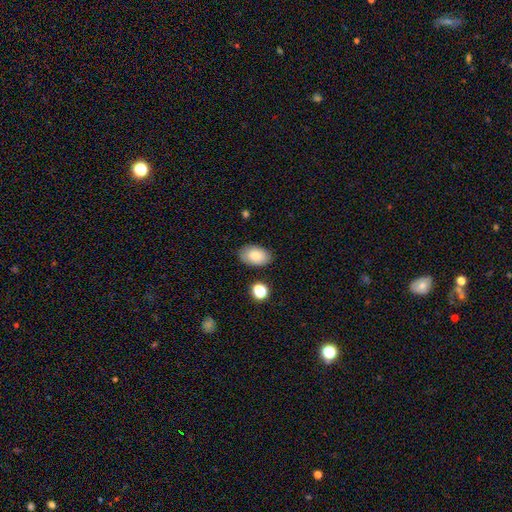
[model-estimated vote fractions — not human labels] Overall: smooth (84%). How rounded: in between (91%). Merging: none (82%).